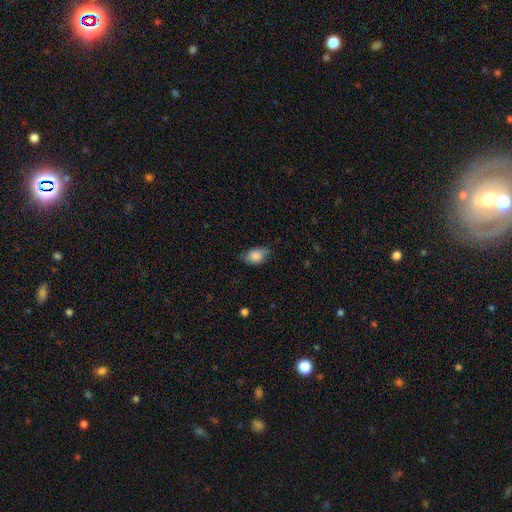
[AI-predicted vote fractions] Smooth or featured?
  - smooth: 78% *
  - featured or disk: 14%
  - star or artifact: 8%
How rounded?
  - in between: 83% *
  - round: 15%
  - cigar-shaped: 2%
Merging?
  - none: 64% *
  - minor disturbance: 28%
  - major disturbance: 7%
  - merger: 1%